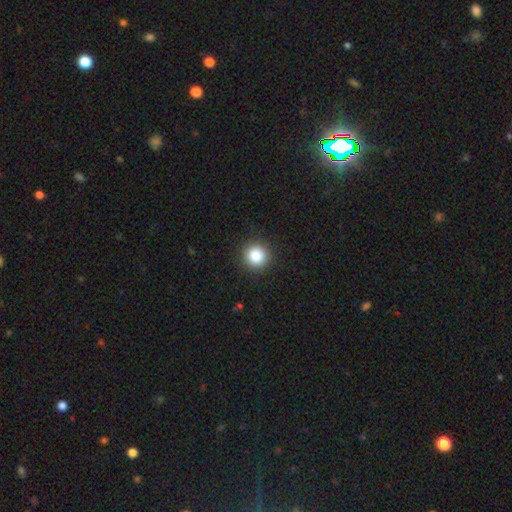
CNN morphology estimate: smooth-or-featured: smooth: 86% | star or artifact: 10% | featured or disk: 4%
  how-rounded: round: 95% | in between: 4% | cigar-shaped: 1%
  merging: none: 91% | minor disturbance: 6% | major disturbance: 2% | merger: 1%